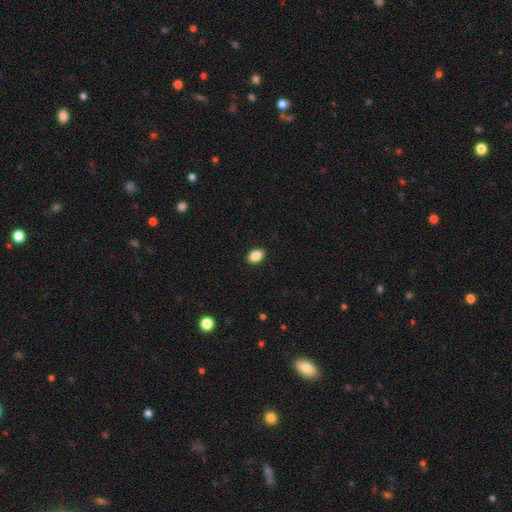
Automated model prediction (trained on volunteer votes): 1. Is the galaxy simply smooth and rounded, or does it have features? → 87% smooth, 9% star or artifact, 4% featured or disk.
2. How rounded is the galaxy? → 83% in between, 16% round, 1% cigar-shaped.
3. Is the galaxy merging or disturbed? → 89% none, 8% minor disturbance, 2% major disturbance, 1% merger.